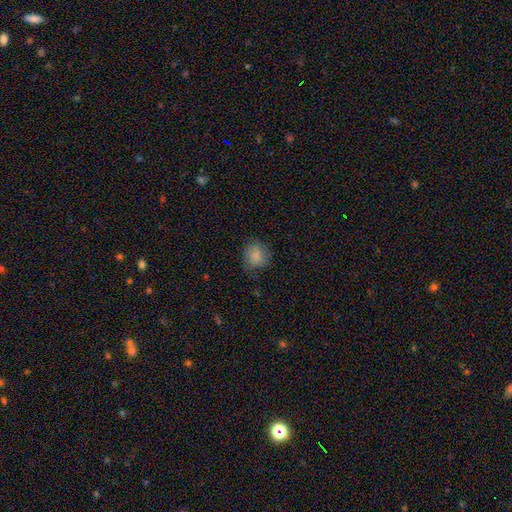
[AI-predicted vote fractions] A smooth galaxy with no disk features (83%) that is round (78%).

Vote fractions:
- Smooth or featured? smooth: 83% / featured or disk: 9% / star or artifact: 9%
- How rounded? round: 78% / in between: 21% / cigar-shaped: 1%
- Merging? none: 73% / minor disturbance: 20% / major disturbance: 6% / merger: 1%